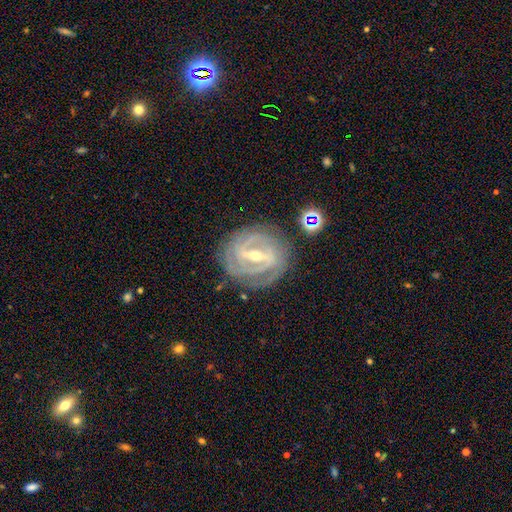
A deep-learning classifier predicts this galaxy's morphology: Smooth or featured: featured or disk — 90% (star or artifact — 5%)
Edge-on disk: no — 95% (yes — 5%)
Bar: strong — 68% (weak — 25%)
Spiral arms: yes — 96% (no — 4%)
Spiral winding: tight — 72% (medium — 24%)
Spiral arm count: 2 — 39% (3 — 24%)
Bulge size: small — 49% (moderate — 47%)
Merging: none — 81% (minor disturbance — 13%)